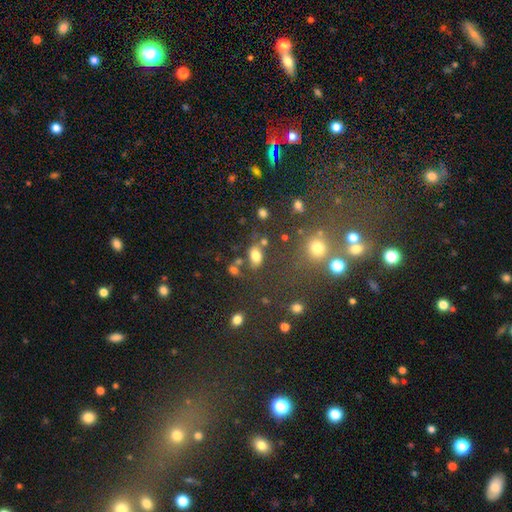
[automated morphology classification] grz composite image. It shows a smooth galaxy with no disk features (76%) that is in between round and cigar-shaped (81%). Merging: none (65%).